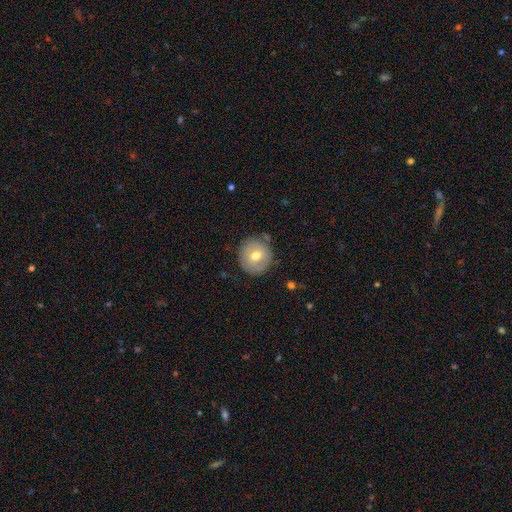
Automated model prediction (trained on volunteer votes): smooth_or_featured: smooth (p=0.66) [alt: featured or disk p=0.26]
how_rounded: round (p=0.93) [alt: in between p=0.06]
merging: none (p=0.83) [alt: minor disturbance p=0.12]